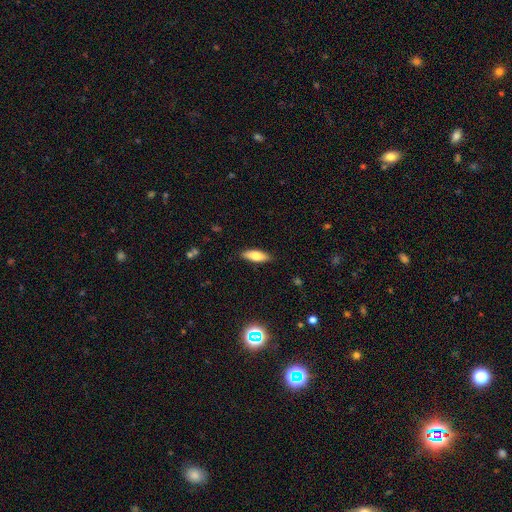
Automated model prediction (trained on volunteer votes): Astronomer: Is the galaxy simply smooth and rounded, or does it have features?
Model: smooth — 76%.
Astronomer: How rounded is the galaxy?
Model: in between — 66%.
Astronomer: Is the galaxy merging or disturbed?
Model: none — 87%.